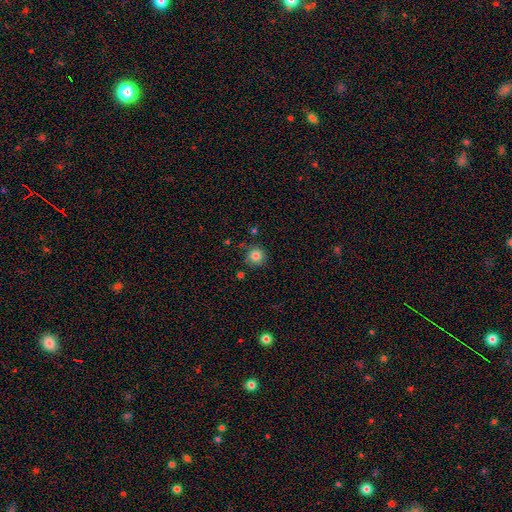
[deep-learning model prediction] The model was most divided on "smooth or featured": smooth: 82%, star or artifact: 11%, featured or disk: 7%. More confident: how rounded — round (94%); merging — none (83%).